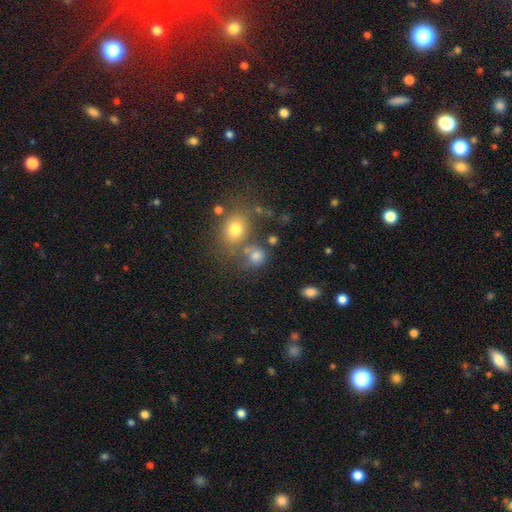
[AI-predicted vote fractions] Smooth or featured: smooth — 75% (star or artifact — 15%)
How rounded: round — 65% (in between — 33%)
Merging: none — 53% (merger — 26%)